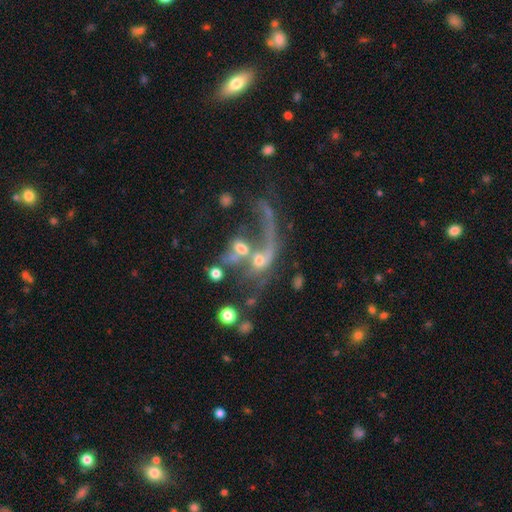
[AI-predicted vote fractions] Smooth or featured? featured or disk (61%)
Edge-on disk? no (92%)
Bar? no (74%)
Spiral arms? yes (51%)
Bulge size? moderate (37%)
Merging? merger (49%)